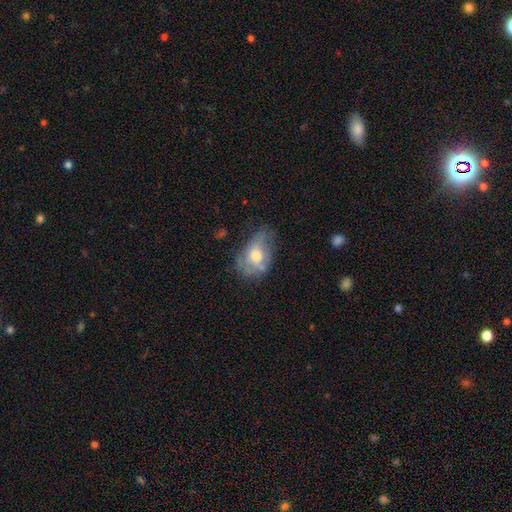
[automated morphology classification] type=smooth (58%); roundness=in between (86%); merging=none (40%).